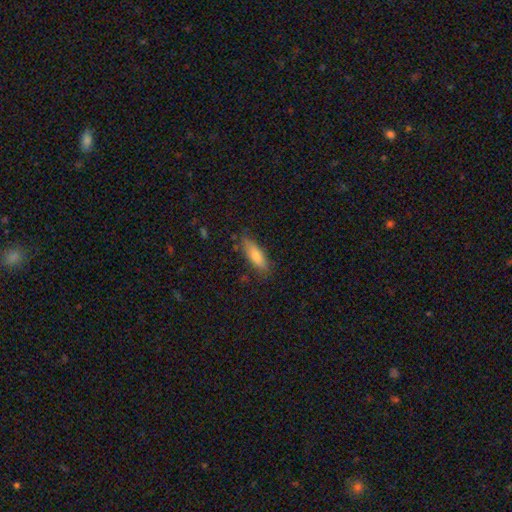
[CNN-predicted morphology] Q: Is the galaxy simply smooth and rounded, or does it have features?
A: smooth — 75%.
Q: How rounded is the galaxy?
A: in between — 50%.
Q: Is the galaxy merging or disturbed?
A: none — 80%.